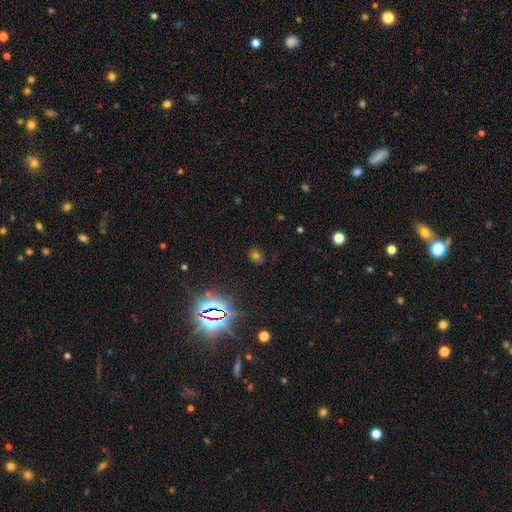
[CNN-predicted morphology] smooth-or-featured: smooth: 49% | star or artifact: 42% | featured or disk: 9%
  merging: none: 83% | minor disturbance: 11% | major disturbance: 4% | merger: 2%